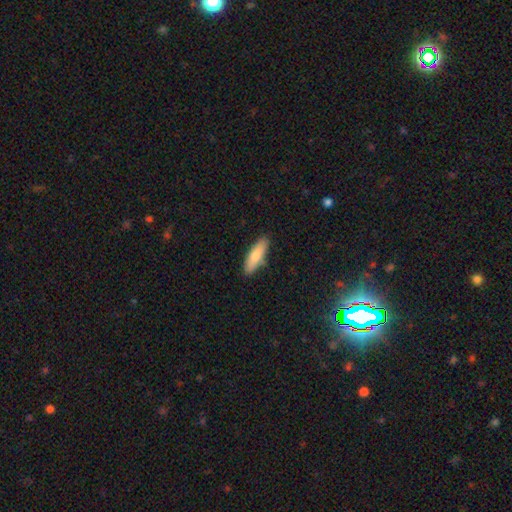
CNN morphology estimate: Smooth or featured?
  - smooth: 79% *
  - featured or disk: 15%
  - star or artifact: 6%
How rounded?
  - in between: 50% *
  - cigar-shaped: 48%
  - round: 2%
Merging?
  - none: 84% *
  - minor disturbance: 12%
  - major disturbance: 2%
  - merger: 2%